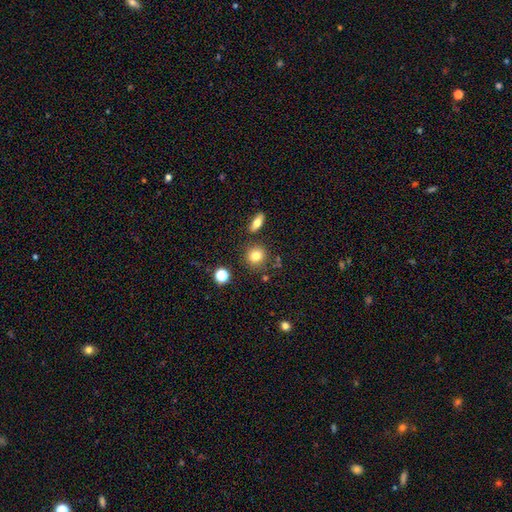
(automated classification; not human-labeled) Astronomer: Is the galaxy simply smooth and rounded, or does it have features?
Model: smooth — 80%.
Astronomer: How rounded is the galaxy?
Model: round — 87%.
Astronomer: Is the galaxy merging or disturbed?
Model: none — 82%.